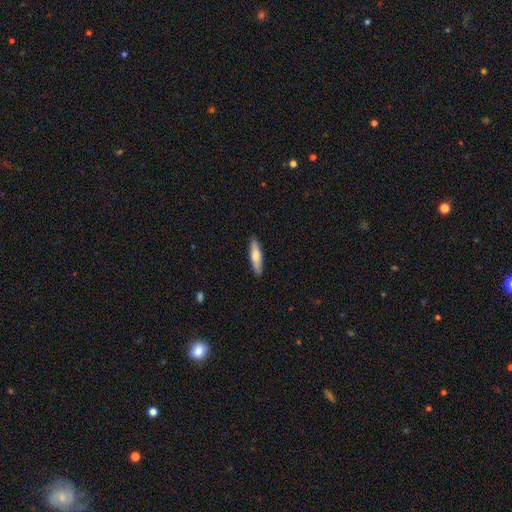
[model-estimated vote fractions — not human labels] Smooth or featured? smooth (71%)
How rounded? cigar-shaped (74%)
Merging? none (90%)